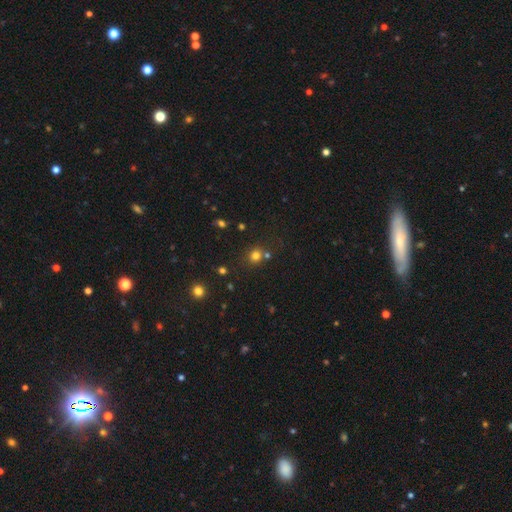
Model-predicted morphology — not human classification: This is likely a smooth galaxy (74%). How rounded: clearly round (83%). Merging: likely none (70%).